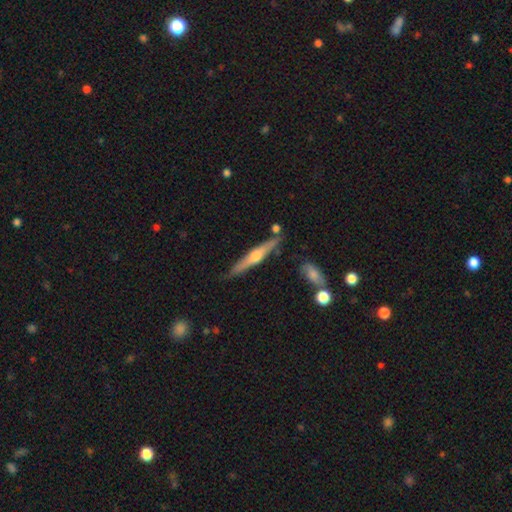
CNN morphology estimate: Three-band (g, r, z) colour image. It shows a featured or disk galaxy (65%) viewed edge-on (97%) with a rounded central bulge (88%). Merging: none (82%).